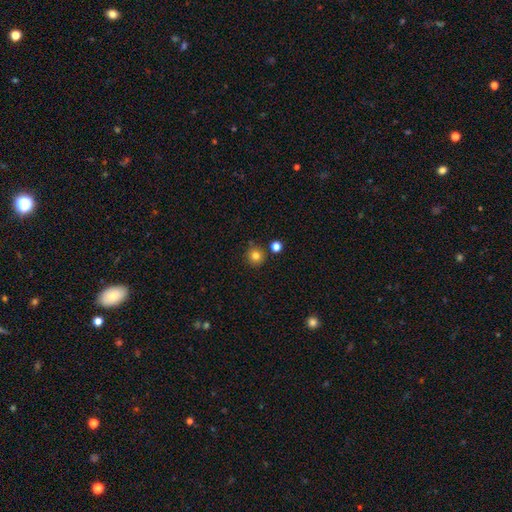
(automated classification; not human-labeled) Q: Smooth or featured?
A: smooth (82%); runner-up: star or artifact (12%)
Q: How rounded?
A: round (94%); runner-up: in between (5%)
Q: Merging?
A: none (83%); runner-up: minor disturbance (8%)